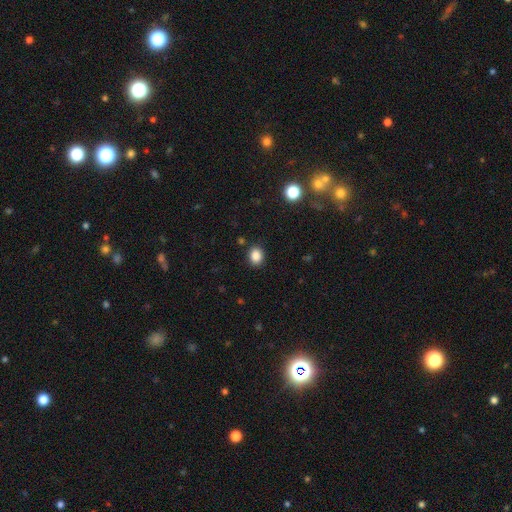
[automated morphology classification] Smooth or featured? smooth (86%)
How rounded? round (52%)
Merging? none (88%)